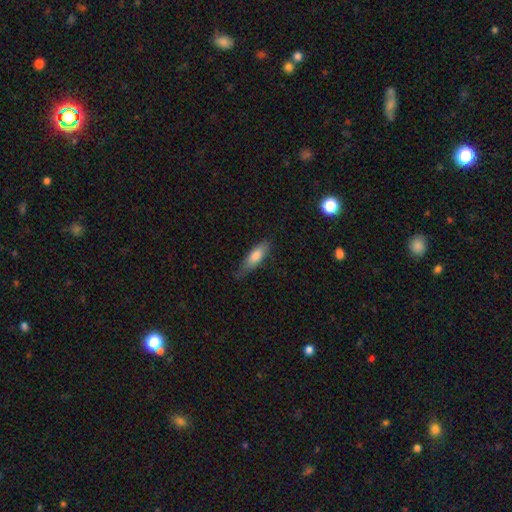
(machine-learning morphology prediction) A smooth galaxy with no disk features (76%) that is in between round and cigar-shaped (54%).

Vote fractions:
- Smooth or featured? smooth: 76% / featured or disk: 18% / star or artifact: 6%
- How rounded? in between: 54% / cigar-shaped: 44% / round: 2%
- Merging? none: 61% / minor disturbance: 30% / major disturbance: 7% / merger: 2%